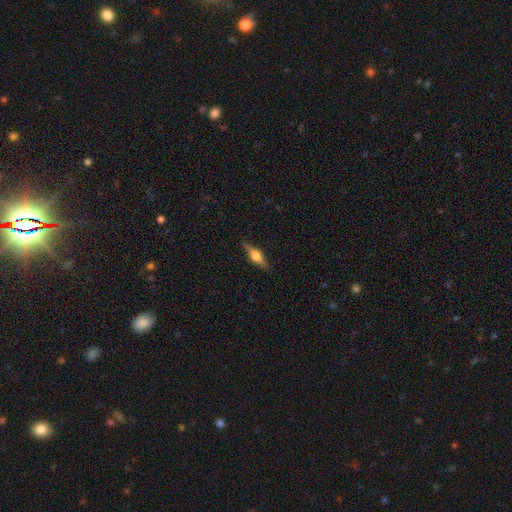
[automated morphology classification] This appears to be a featured or disk galaxy (64%) viewed edge-on (96%) with a rounded central bulge (90%). Merging: none (87%).